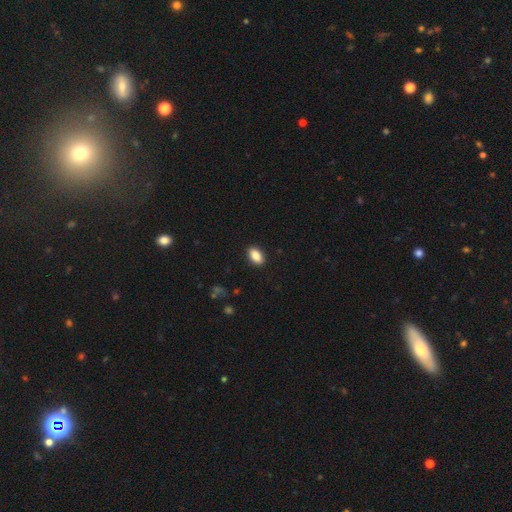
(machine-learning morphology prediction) This is clearly a smooth galaxy (88%). How rounded: clearly in between (91%). Merging: clearly none (90%).